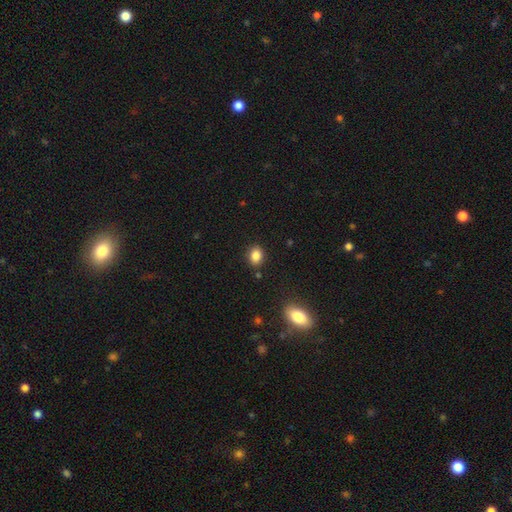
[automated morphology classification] Smooth or featured: smooth — 85% (star or artifact — 10%)
How rounded: in between — 56% (round — 43%)
Merging: none — 87% (minor disturbance — 9%)